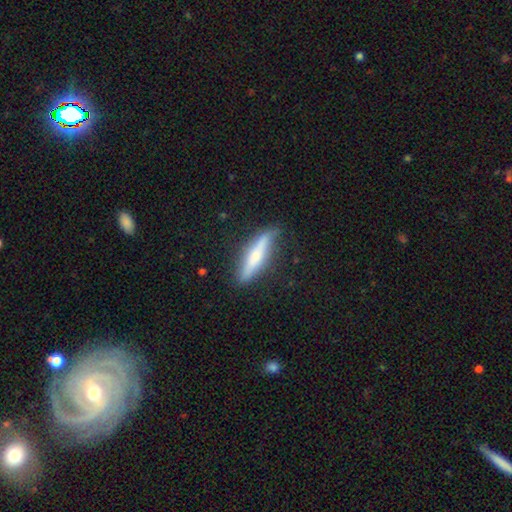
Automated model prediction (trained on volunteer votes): This is possibly a smooth galaxy (52%). How rounded: clearly cigar-shaped (85%). Merging: likely none (78%).